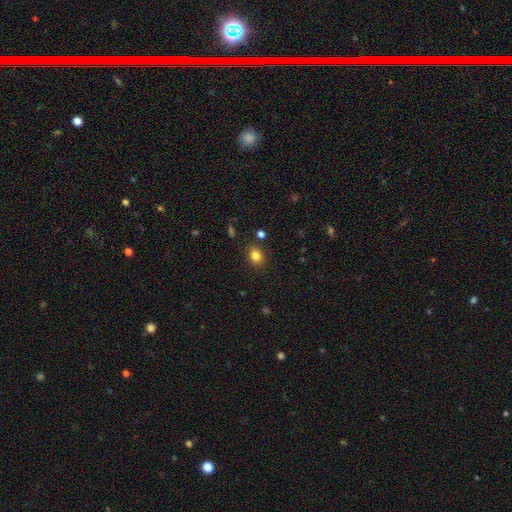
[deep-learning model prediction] smooth 83%, star or artifact 12%, featured or disk 5%. Down the decision tree: how rounded — round (54%); merging — none (85%).